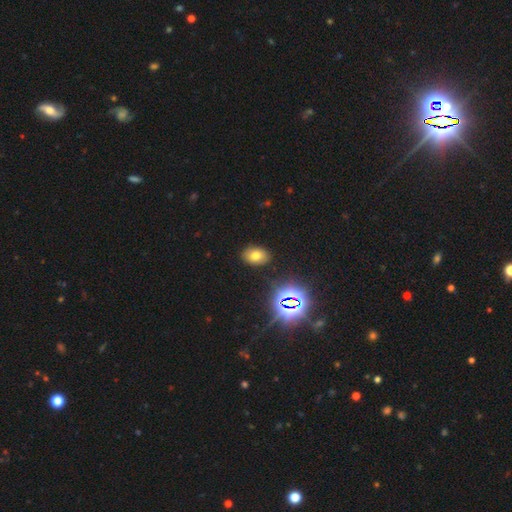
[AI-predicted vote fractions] A smooth galaxy with no disk features (68%) that is in between round and cigar-shaped (78%).

Vote fractions:
- Smooth or featured? smooth: 68% / star or artifact: 21% / featured or disk: 11%
- How rounded? in between: 78% / round: 21% / cigar-shaped: 1%
- Merging? none: 87% / minor disturbance: 9% / major disturbance: 3% / merger: 2%